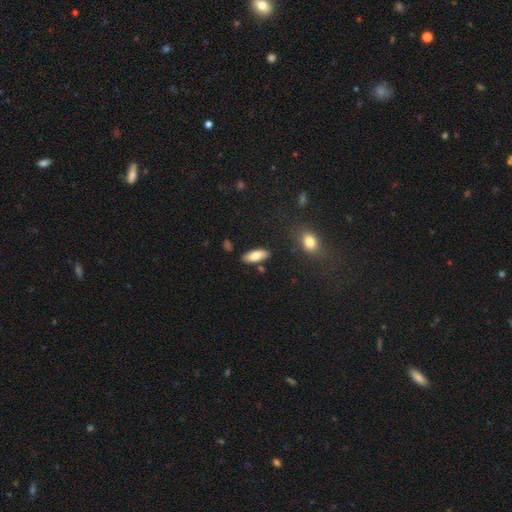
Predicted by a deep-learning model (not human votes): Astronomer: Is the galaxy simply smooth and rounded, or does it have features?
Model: smooth — 79%.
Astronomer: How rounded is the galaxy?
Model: in between — 79%.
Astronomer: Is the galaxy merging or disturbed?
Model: none — 83%.